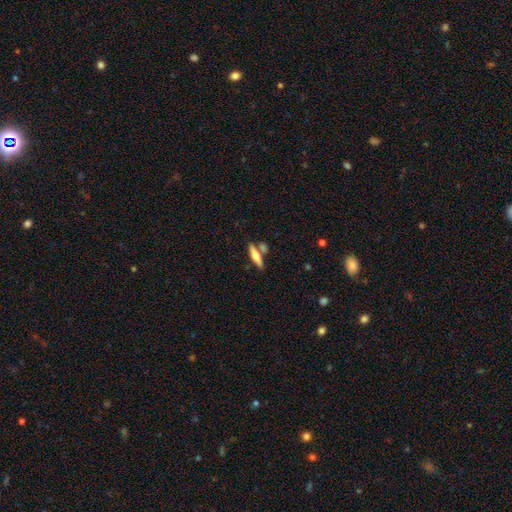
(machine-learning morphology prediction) A smooth galaxy with no disk features (49%). Merging: none (70%).